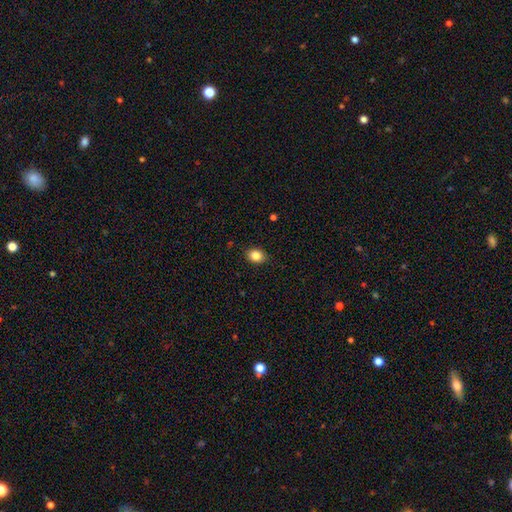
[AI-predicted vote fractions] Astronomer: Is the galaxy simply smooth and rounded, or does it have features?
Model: smooth — 84%.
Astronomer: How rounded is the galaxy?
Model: in between — 59% (runner-up: round, 40%).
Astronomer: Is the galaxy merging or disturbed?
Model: none — 88%.